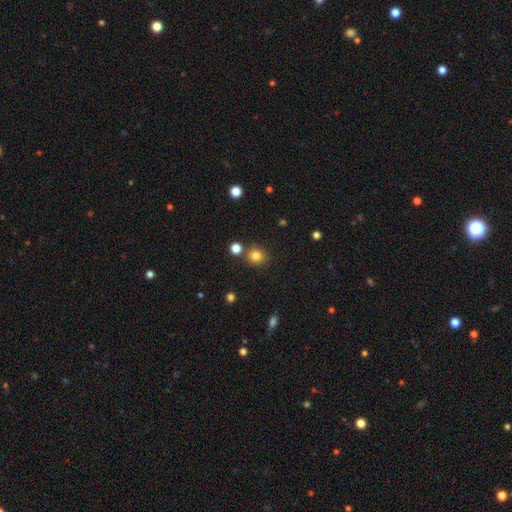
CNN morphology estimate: The model was most divided on "smooth or featured": smooth: 82%, star or artifact: 13%, featured or disk: 5%. More confident: how rounded — round (85%); merging — none (79%).